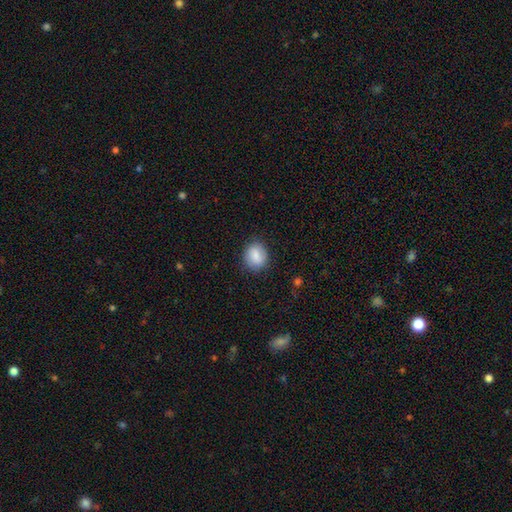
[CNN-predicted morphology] A smooth galaxy with no disk features (80%) that is round (67%). Merging: none (84%).